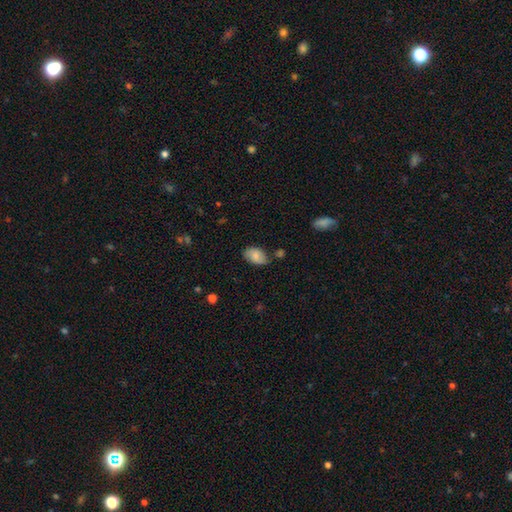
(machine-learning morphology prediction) A smooth galaxy with no disk features (69%) that is in between round and cigar-shaped (88%).

Vote fractions:
- Smooth or featured? smooth: 69% / featured or disk: 23% / star or artifact: 8%
- How rounded? in between: 88% / round: 11% / cigar-shaped: 1%
- Merging? none: 66% / minor disturbance: 24% / major disturbance: 5% / merger: 5%